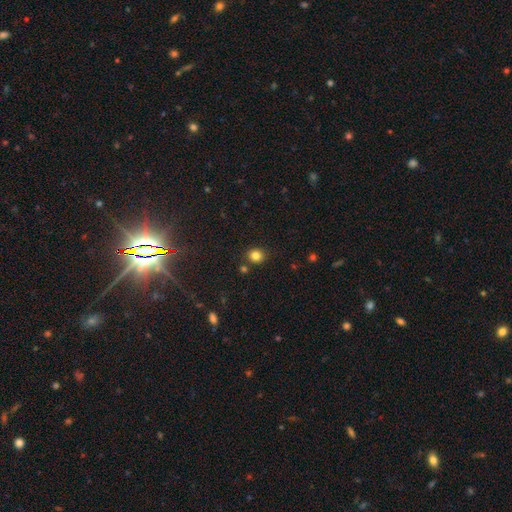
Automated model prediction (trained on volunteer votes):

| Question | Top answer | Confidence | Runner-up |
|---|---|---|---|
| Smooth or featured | smooth | 82% | star or artifact (12%) |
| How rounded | round | 74% | in between (25%) |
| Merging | none | 83% | minor disturbance (9%) |